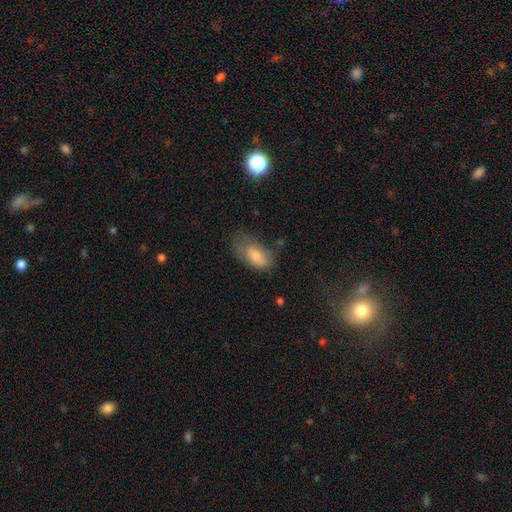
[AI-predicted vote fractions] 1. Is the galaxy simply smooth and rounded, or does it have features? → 73% smooth, 16% featured or disk, 11% star or artifact.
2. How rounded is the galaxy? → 91% in between, 5% round, 4% cigar-shaped.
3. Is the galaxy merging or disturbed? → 47% none, 32% minor disturbance, 18% major disturbance, 3% merger.